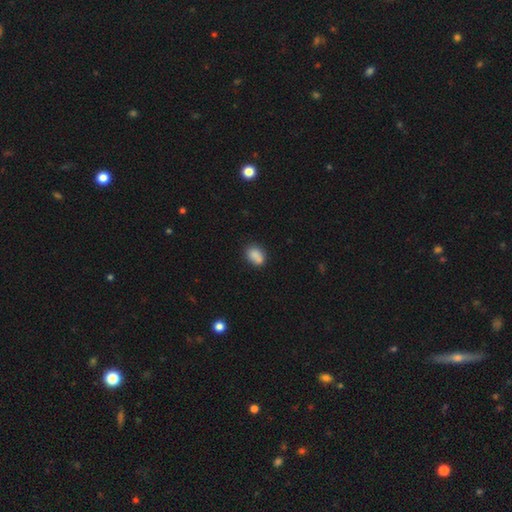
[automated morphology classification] The model was most divided on "merging": none: 62%, minor disturbance: 19%, merger: 14%, major disturbance: 4%. More confident: smooth or featured — smooth (83%); how rounded — in between (75%).